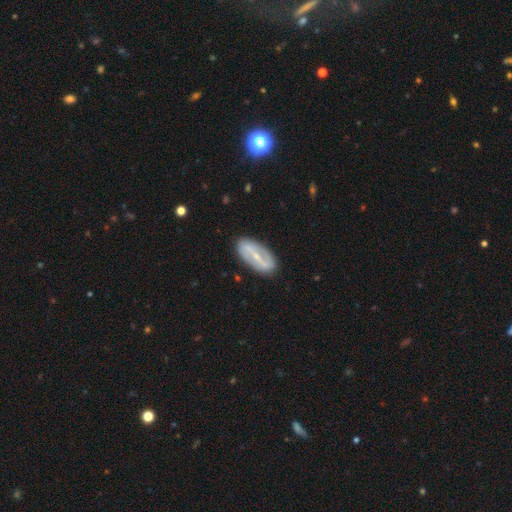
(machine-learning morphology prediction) Smooth or featured? Predicted: featured or disk (p=0.73). Edge-on disk? Predicted: no (p=0.90). Bar? Predicted: strong (p=0.56). Spiral arms? Predicted: yes (p=0.67). Bulge size? Predicted: small (p=0.71). Merging? Predicted: none (p=0.86).